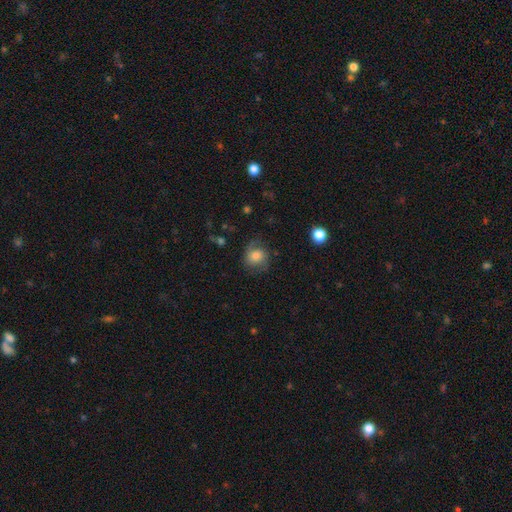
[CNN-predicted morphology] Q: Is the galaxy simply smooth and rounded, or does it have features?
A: smooth — 53%.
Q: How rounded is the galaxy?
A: round — 76%.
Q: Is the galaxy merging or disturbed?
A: none — 68%.